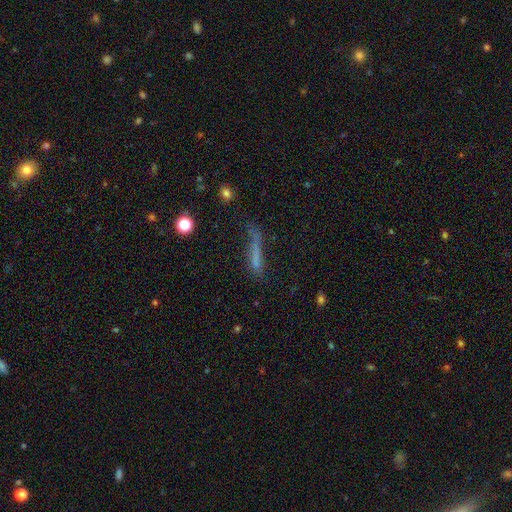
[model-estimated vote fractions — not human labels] smooth 60%, featured or disk 26%, star or artifact 14%. Down the decision tree: how rounded — cigar-shaped (87%); merging — none (45%).